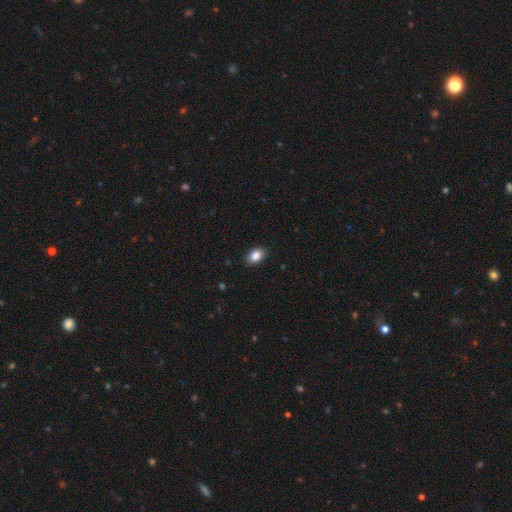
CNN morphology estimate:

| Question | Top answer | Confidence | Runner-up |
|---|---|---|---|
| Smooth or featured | smooth | 86% | star or artifact (8%) |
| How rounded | in between | 82% | round (17%) |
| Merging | none | 88% | minor disturbance (9%) |